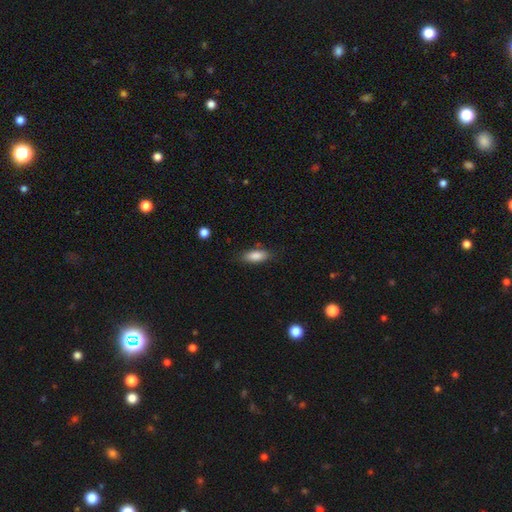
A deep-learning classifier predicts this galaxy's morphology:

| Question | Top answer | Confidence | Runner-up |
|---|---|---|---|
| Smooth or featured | smooth | 85% | featured or disk (8%) |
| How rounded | in between | 81% | cigar-shaped (17%) |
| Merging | none | 81% | minor disturbance (14%) |